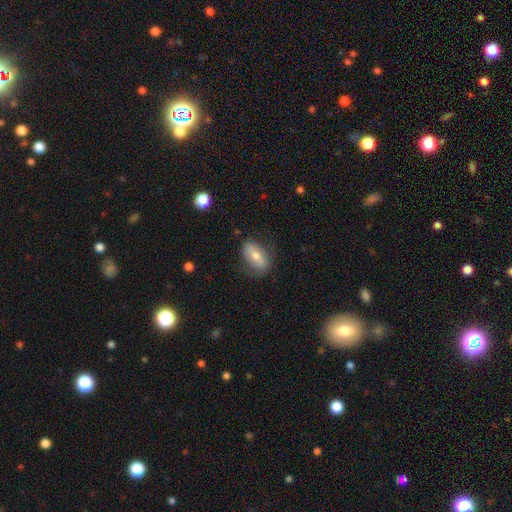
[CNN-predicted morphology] Smooth or featured: smooth — 55% (featured or disk — 34%)
How rounded: in between — 84% (round — 12%)
Merging: none — 76% (minor disturbance — 17%)